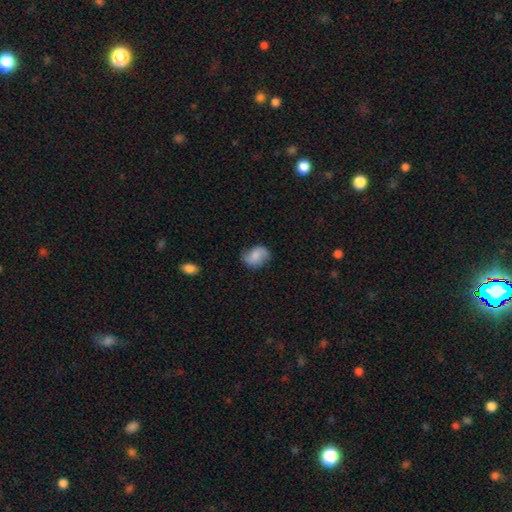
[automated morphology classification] smooth-or-featured: smooth: 57% | featured or disk: 34% | star or artifact: 8%
  how-rounded: in between: 60% | round: 39% | cigar-shaped: 1%
  merging: none: 70% | minor disturbance: 22% | major disturbance: 6% | merger: 1%